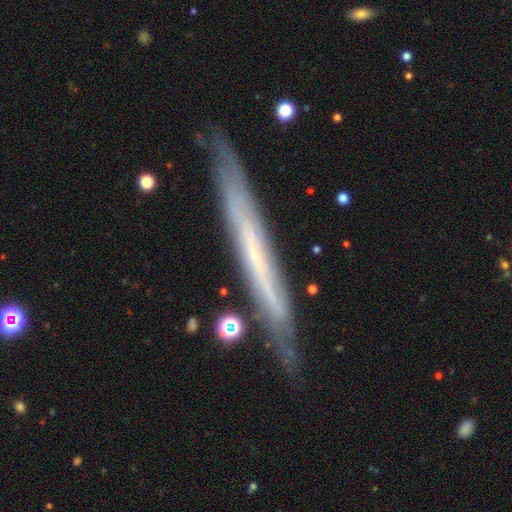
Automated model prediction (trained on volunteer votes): Smooth or featured: featured or disk — 66% (smooth — 27%)
Edge-on disk: yes — 87% (no — 13%)
Edge-on bulge: none — 85% (rounded — 12%)
Merging: none — 81% (minor disturbance — 14%)